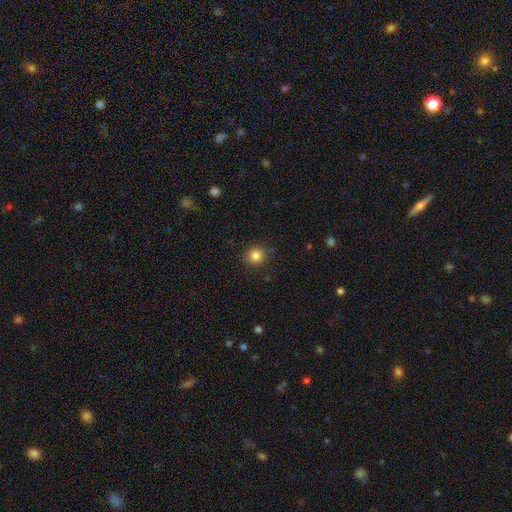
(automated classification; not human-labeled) Q: Smooth or featured?
A: smooth (84%); runner-up: star or artifact (11%)
Q: How rounded?
A: round (91%); runner-up: in between (8%)
Q: Merging?
A: none (87%); runner-up: minor disturbance (9%)